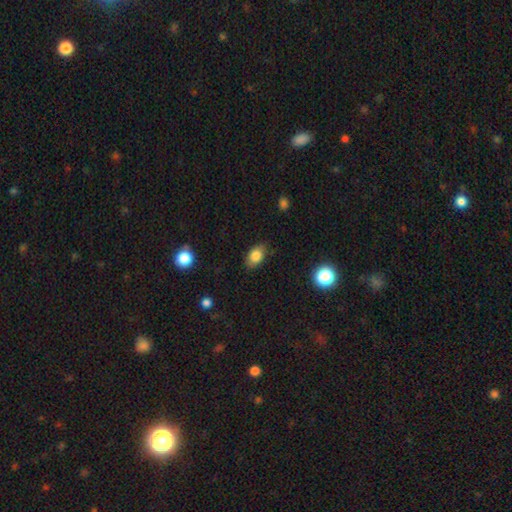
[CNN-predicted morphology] smooth-or-featured: smooth: 82% | featured or disk: 9% | star or artifact: 9%
  how-rounded: in between: 88% | round: 10% | cigar-shaped: 2%
  merging: none: 83% | minor disturbance: 13% | major disturbance: 3% | merger: 1%